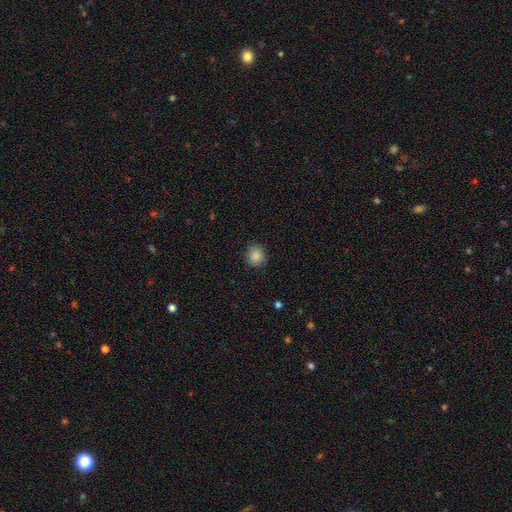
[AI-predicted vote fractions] This appears to be a smooth galaxy with no disk features (87%) that is round (78%). Merging: none (85%).